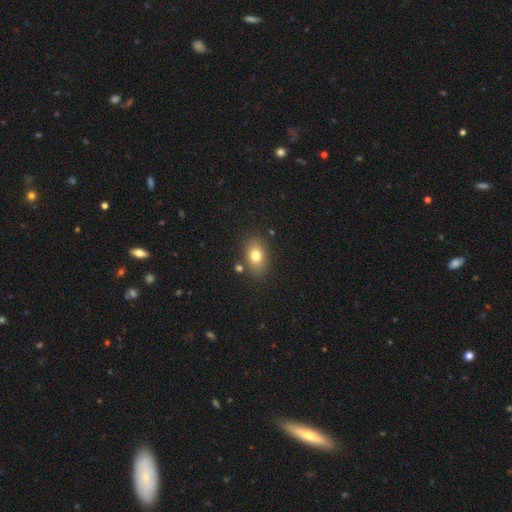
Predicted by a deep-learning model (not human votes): smooth-or-featured: smooth: 78% | featured or disk: 12% | star or artifact: 10%
  how-rounded: in between: 80% | round: 18% | cigar-shaped: 2%
  merging: none: 81% | minor disturbance: 11% | merger: 5% | major disturbance: 3%